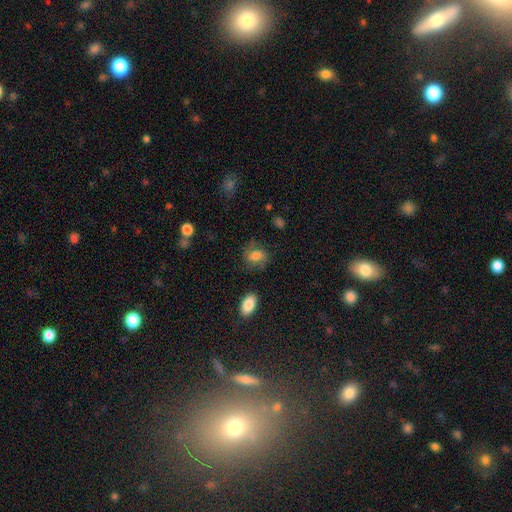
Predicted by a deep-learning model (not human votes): Morphology: type=smooth (63%); roundness=in between (62%); merging=none (66%).